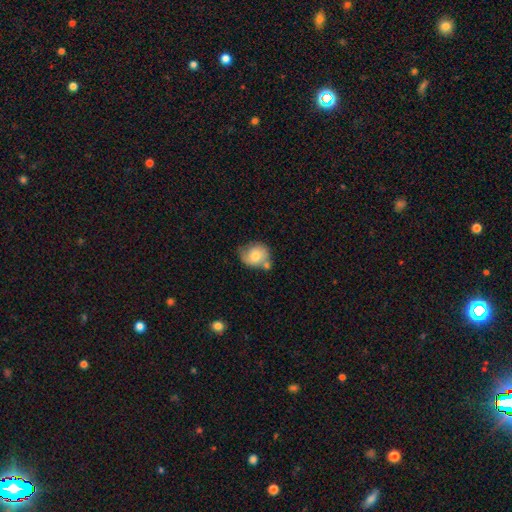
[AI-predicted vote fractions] Overall: smooth (68%). How rounded: round (66%; in between 33%). Merging: none (46%; minor disturbance 25%).